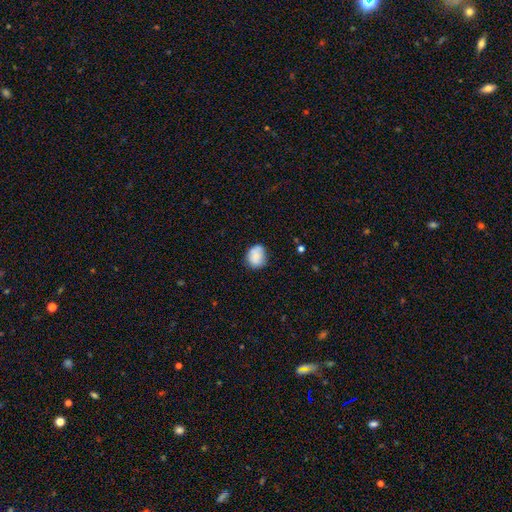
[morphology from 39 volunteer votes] Q: Smooth or featured?
A: smooth (79%); runner-up: featured or disk (10%)
Q: How rounded?
A: in between (58%); runner-up: round (42%)
Q: Merging?
A: none (60%); runner-up: minor disturbance (29%)